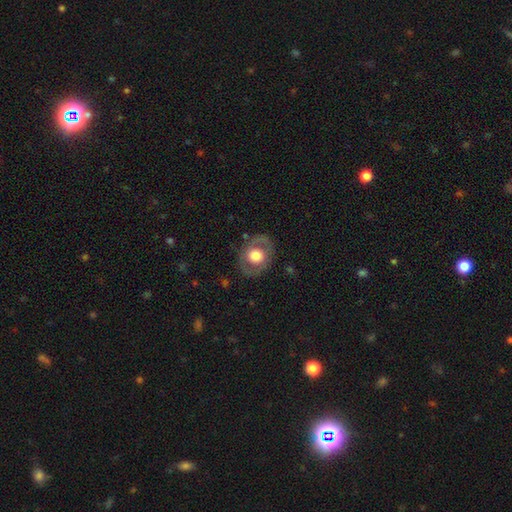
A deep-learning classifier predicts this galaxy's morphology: This is possibly a smooth galaxy (49%). Merging: likely none (79%).